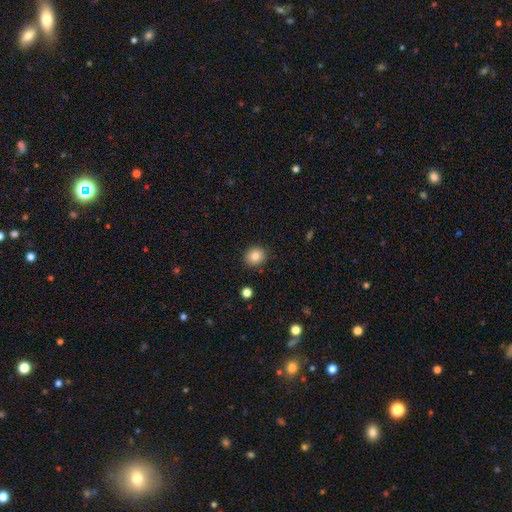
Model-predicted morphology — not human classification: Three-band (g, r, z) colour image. It shows a smooth galaxy with no disk features (83%) that is round (82%). Merging: none (89%).